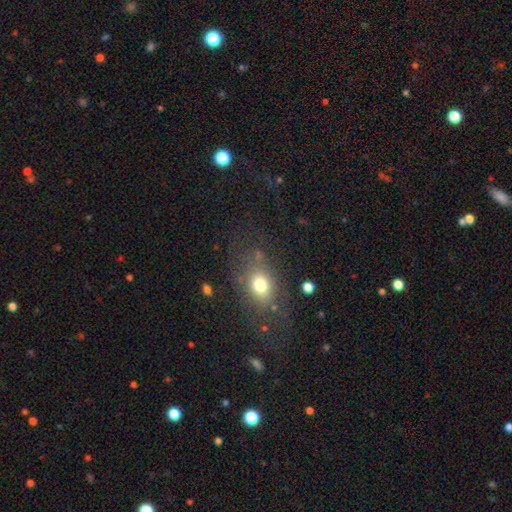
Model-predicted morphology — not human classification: This appears to be a smooth galaxy with no disk features (65%) that is in between round and cigar-shaped (54%). Merging: none (68%).